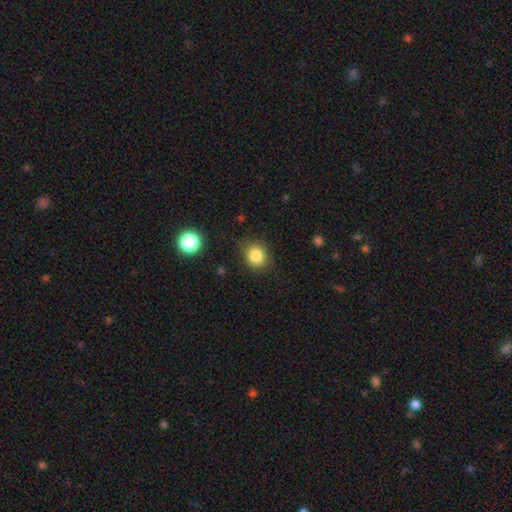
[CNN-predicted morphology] A smooth galaxy with no disk features (83%) that is round (67%). Merging: none (82%).